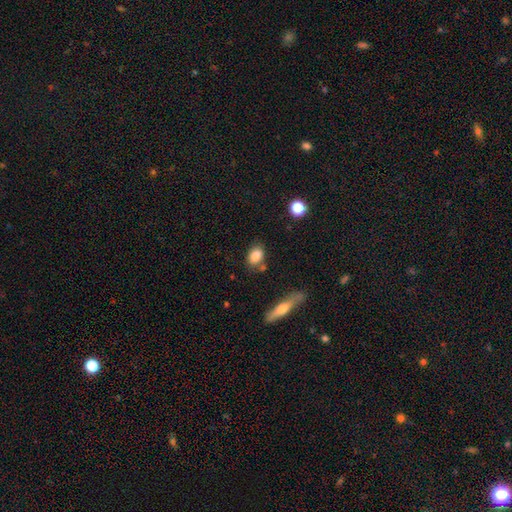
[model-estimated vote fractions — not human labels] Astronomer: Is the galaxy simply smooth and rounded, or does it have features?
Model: smooth — 84%.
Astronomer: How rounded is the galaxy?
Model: in between — 76%.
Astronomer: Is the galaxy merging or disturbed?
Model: none — 69%.